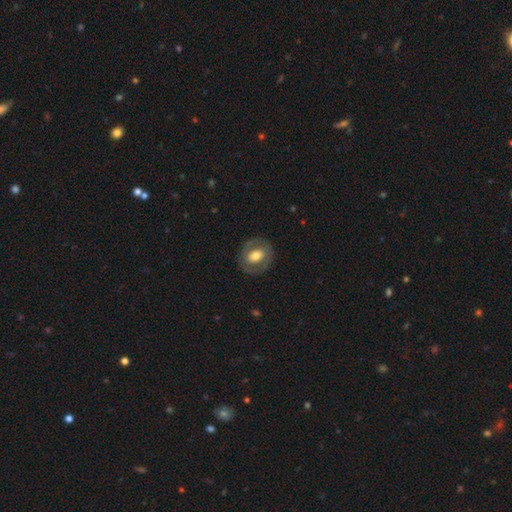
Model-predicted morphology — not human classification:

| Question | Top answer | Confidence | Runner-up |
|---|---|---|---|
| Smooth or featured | smooth | 49% | featured or disk (45%) |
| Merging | none | 81% | minor disturbance (12%) |